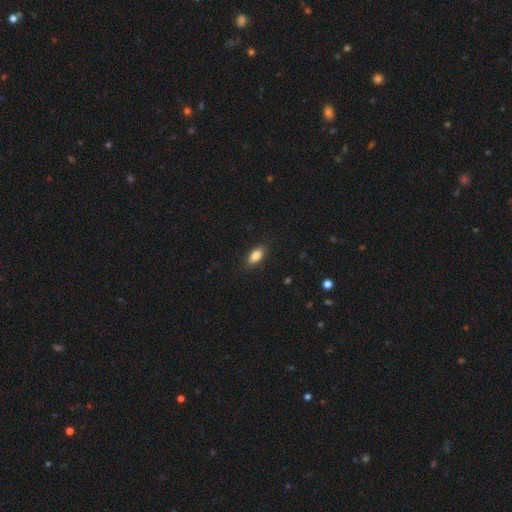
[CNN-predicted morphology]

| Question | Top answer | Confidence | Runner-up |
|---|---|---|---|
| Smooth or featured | smooth | 85% | featured or disk (8%) |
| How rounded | in between | 87% | cigar-shaped (9%) |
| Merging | none | 86% | minor disturbance (10%) |